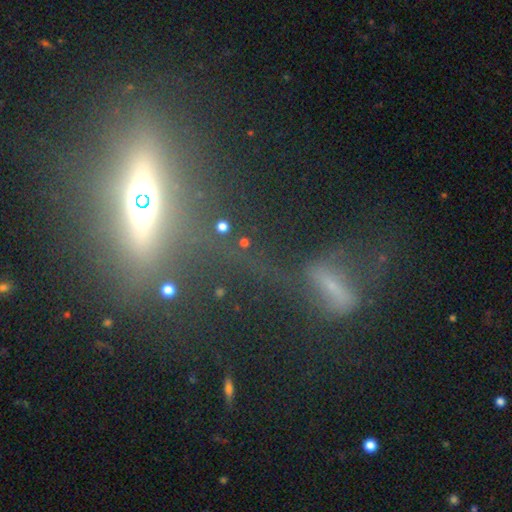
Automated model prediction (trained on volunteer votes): Smooth or featured? Predicted: featured or disk (p=0.50). Merging? Predicted: none (p=0.44).